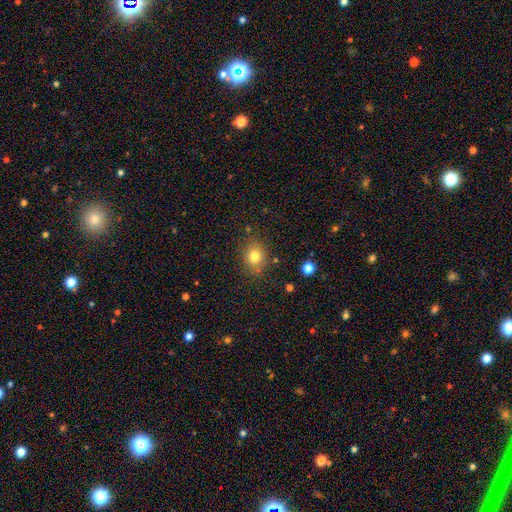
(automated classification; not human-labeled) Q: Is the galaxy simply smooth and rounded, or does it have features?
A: smooth — 77%.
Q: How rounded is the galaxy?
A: round — 64%.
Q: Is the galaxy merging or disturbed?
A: none — 84%.